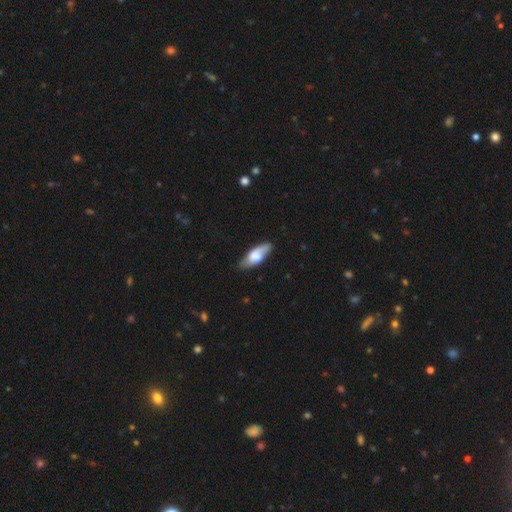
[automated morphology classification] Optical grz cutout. It shows a smooth galaxy with no disk features (60%) that is in between round and cigar-shaped (73%). Merging: none (75%).